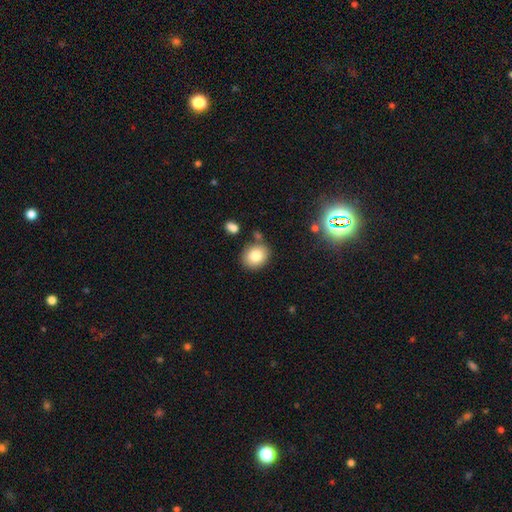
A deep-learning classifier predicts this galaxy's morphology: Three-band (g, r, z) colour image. It shows a smooth galaxy with no disk features (80%) that is round (67%). Merging: none (79%).